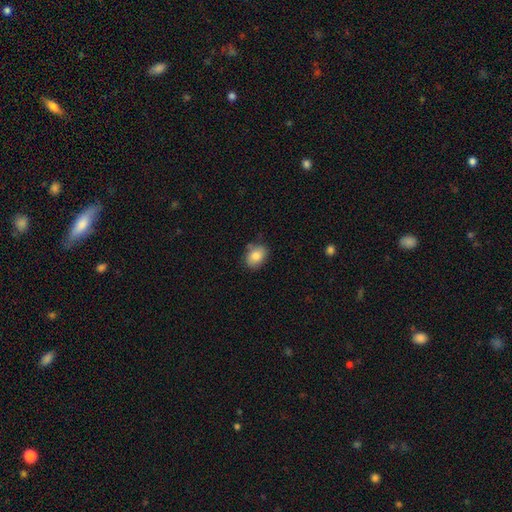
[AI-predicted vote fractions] Q: Smooth or featured?
A: smooth (82%); runner-up: featured or disk (9%)
Q: How rounded?
A: in between (62%); runner-up: round (37%)
Q: Merging?
A: none (75%); runner-up: minor disturbance (19%)